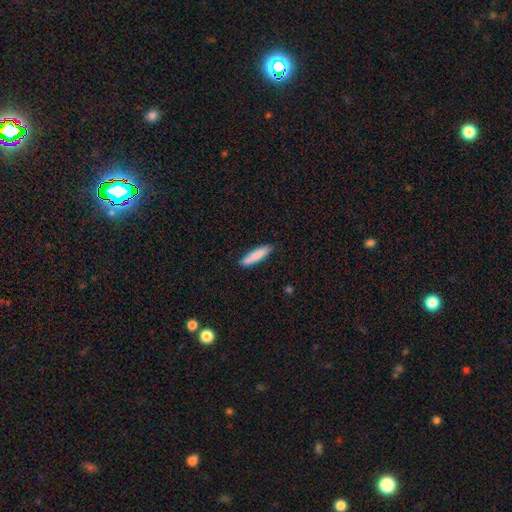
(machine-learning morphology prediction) smooth 85%, featured or disk 9%, star or artifact 6%. Down the decision tree: how rounded — cigar-shaped (77%); merging — none (87%).